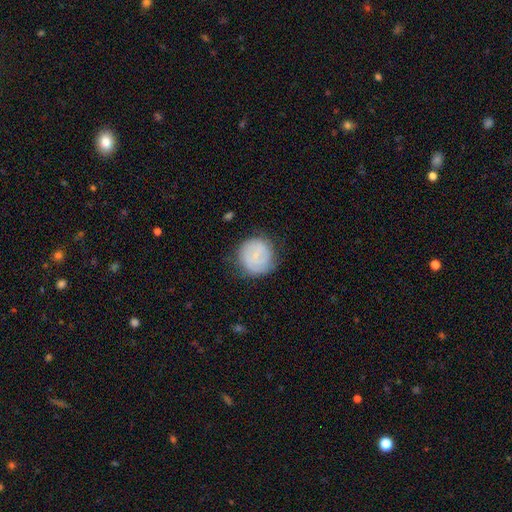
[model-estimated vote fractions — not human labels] smooth-or-featured: featured or disk: 47% | smooth: 46% | star or artifact: 7%
  merging: none: 76% | minor disturbance: 17% | major disturbance: 6% | merger: 1%